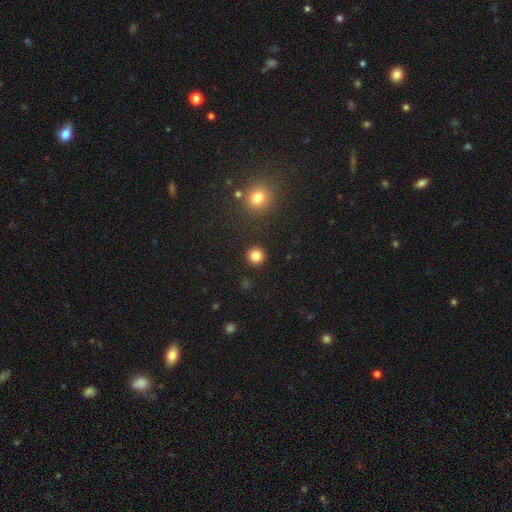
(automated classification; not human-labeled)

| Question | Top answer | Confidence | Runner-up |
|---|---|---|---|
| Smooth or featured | smooth | 84% | star or artifact (12%) |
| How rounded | round | 95% | in between (4%) |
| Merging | none | 92% | minor disturbance (5%) |